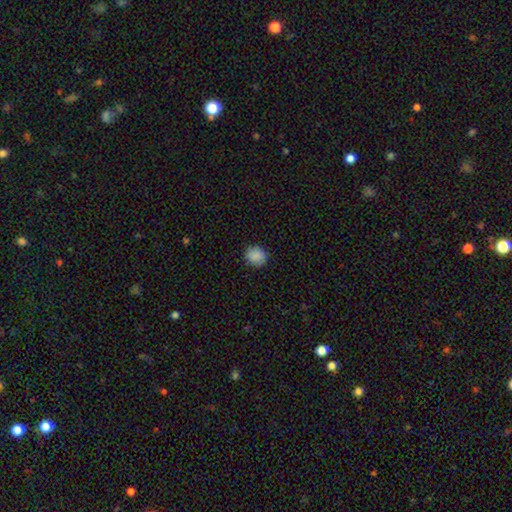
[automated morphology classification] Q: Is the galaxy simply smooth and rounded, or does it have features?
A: smooth — 88%.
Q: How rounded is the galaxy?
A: round — 73%.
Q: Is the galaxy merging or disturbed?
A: none — 88%.